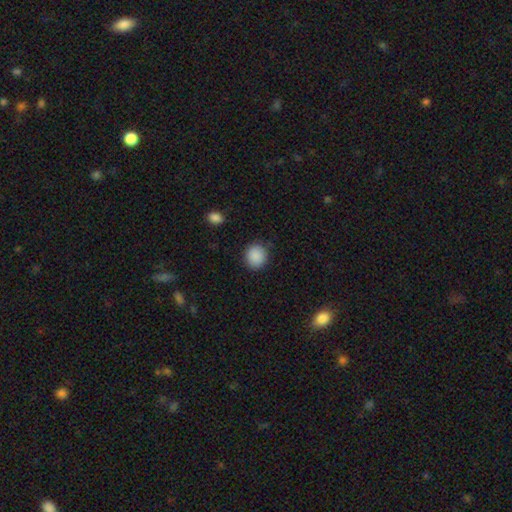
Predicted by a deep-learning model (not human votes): This appears to be a smooth galaxy with no disk features (89%) that is round (81%). Merging: none (87%).